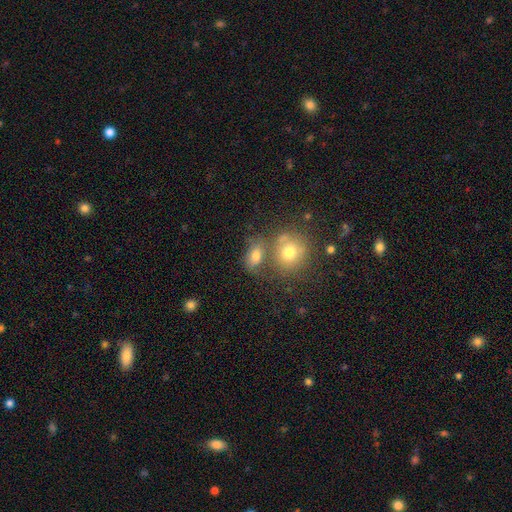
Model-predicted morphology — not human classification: smooth 73%, featured or disk 14%, star or artifact 13%. Down the decision tree: how rounded — in between (72%); merging — none (46%).